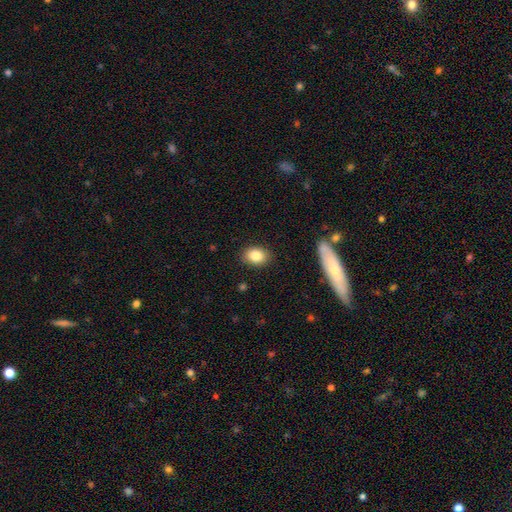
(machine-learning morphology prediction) type=smooth (84%); roundness=in between (73%); merging=none (87%).